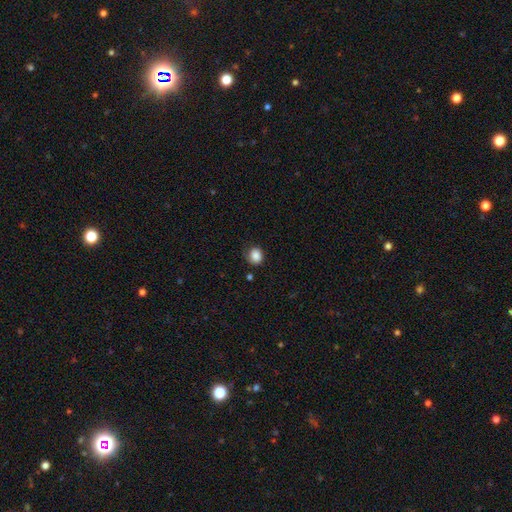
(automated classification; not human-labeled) The model was most divided on "merging": none: 61%, minor disturbance: 26%, major disturbance: 11%, merger: 2%. More confident: smooth or featured — smooth (84%); how rounded — round (73%).